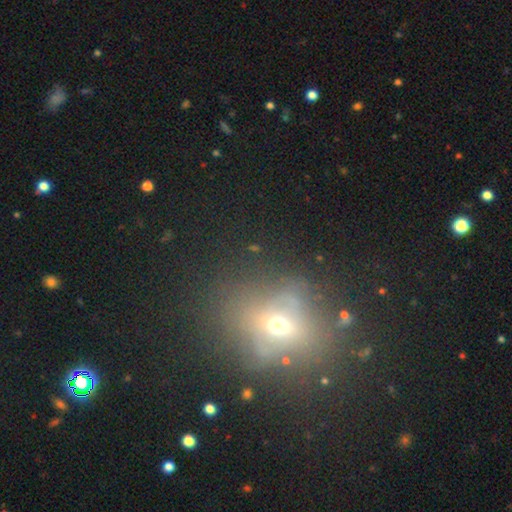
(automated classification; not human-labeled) A smooth galaxy with no disk features (42%). Merging: none (75%).